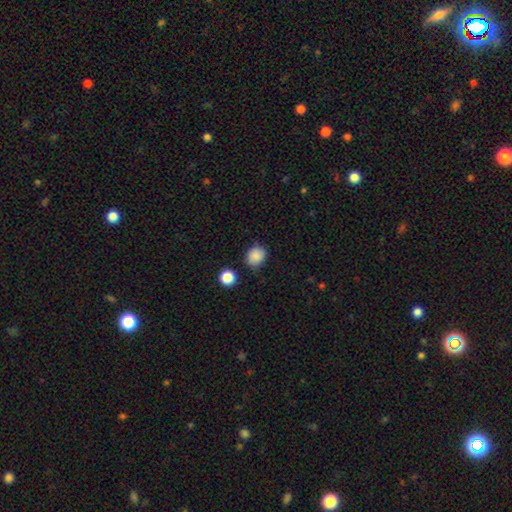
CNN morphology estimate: A smooth galaxy with no disk features (86%) that is round (68%). Merging: none (79%).